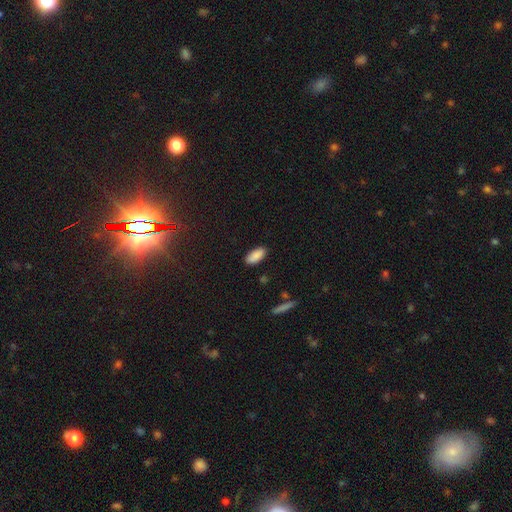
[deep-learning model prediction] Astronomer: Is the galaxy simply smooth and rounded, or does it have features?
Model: smooth — 89%.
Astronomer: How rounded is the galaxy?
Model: in between — 89%.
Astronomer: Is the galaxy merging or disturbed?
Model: none — 87%.